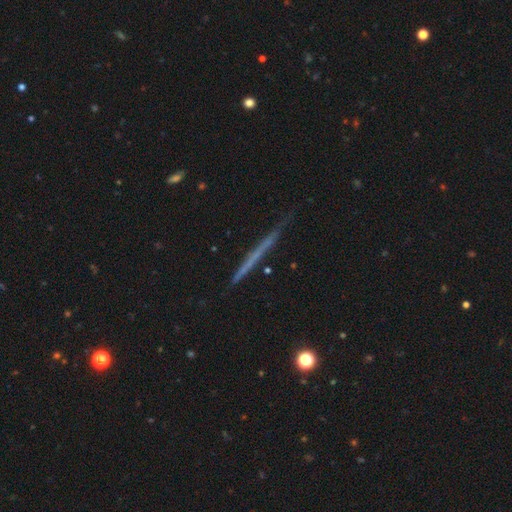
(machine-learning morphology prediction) Q: Smooth or featured?
A: featured or disk (52%); runner-up: smooth (41%)
Q: Edge-on disk?
A: yes (96%); runner-up: no (4%)
Q: Merging?
A: none (86%); runner-up: minor disturbance (10%)